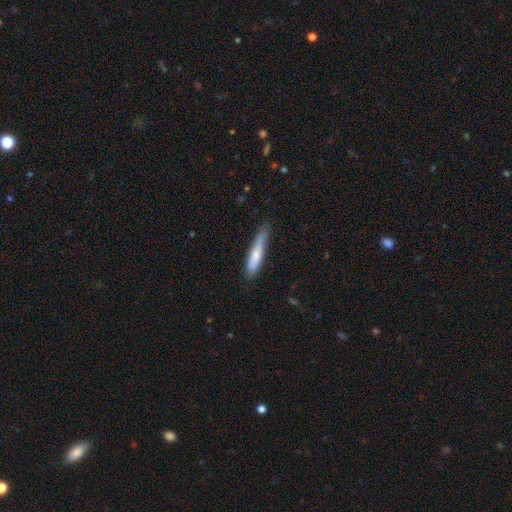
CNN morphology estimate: Smooth or featured? smooth (70%)
How rounded? cigar-shaped (86%)
Merging? none (63%)